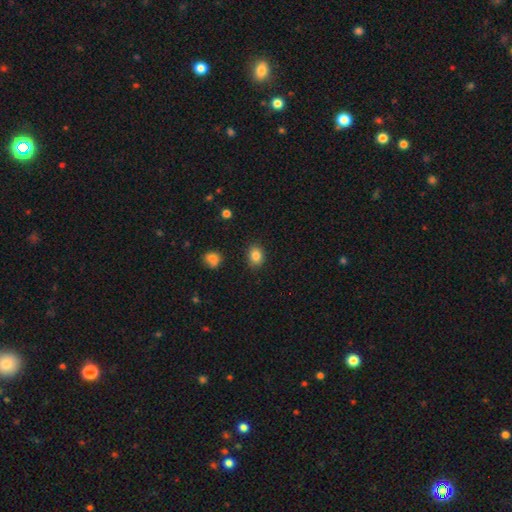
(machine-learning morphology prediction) smooth_or_featured: smooth (p=0.85) [alt: star or artifact p=0.10]
how_rounded: in between (p=0.54) [alt: round p=0.45]
merging: none (p=0.87) [alt: minor disturbance p=0.09]